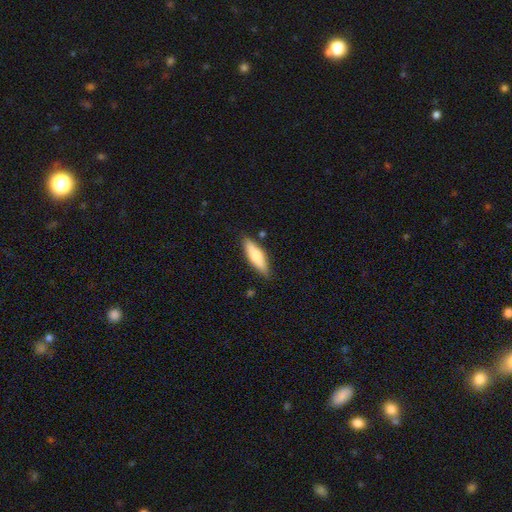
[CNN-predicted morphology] smooth-or-featured: smooth: 68% | featured or disk: 26% | star or artifact: 6%
  how-rounded: cigar-shaped: 57% | in between: 41% | round: 2%
  merging: none: 83% | minor disturbance: 13% | major disturbance: 2% | merger: 2%